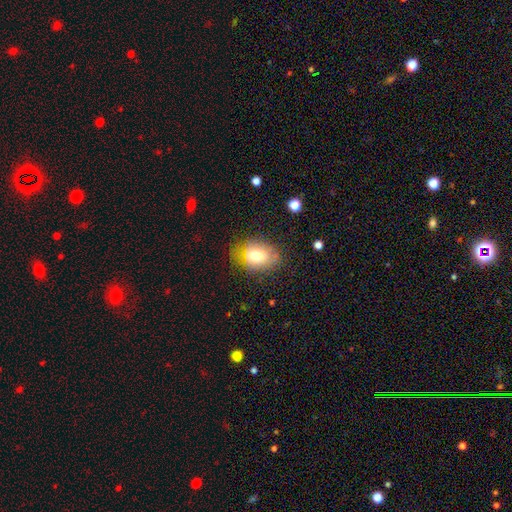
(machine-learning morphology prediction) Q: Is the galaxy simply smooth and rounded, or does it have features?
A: smooth — 69%.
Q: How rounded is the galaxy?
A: in between — 69%.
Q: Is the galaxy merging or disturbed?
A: none — 55%.